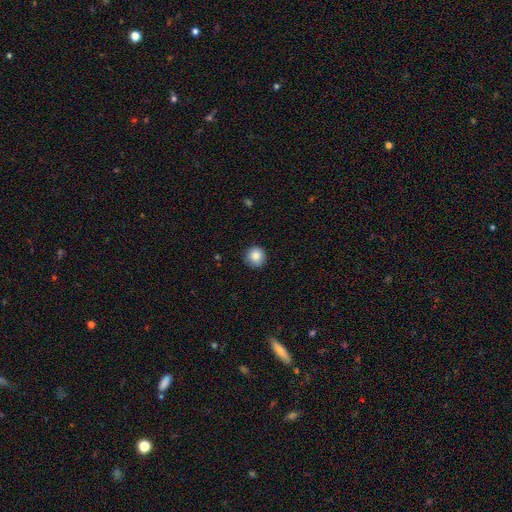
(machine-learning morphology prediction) A smooth galaxy with no disk features (85%) that is round (94%). Merging: none (90%).